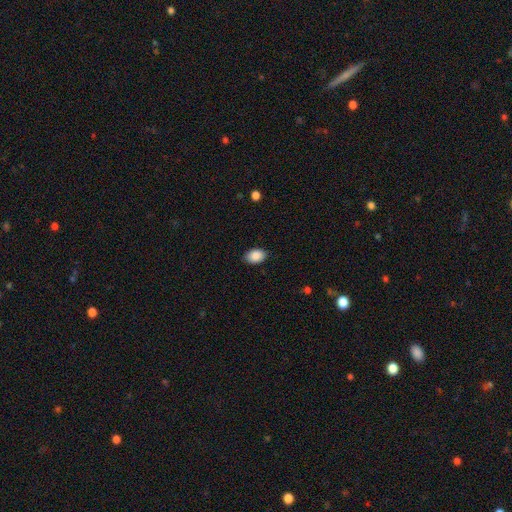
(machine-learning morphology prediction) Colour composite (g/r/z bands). It shows a smooth galaxy with no disk features (89%) that is in between round and cigar-shaped (86%). Merging: none (86%).